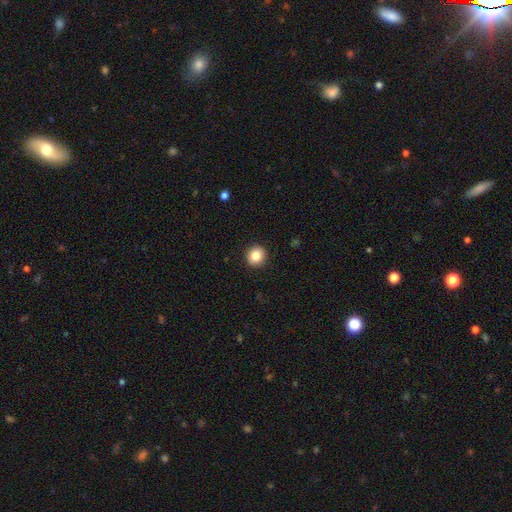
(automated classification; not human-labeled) Smooth or featured: smooth — 84% (star or artifact — 9%)
How rounded: round — 91% (in between — 8%)
Merging: none — 92% (minor disturbance — 5%)